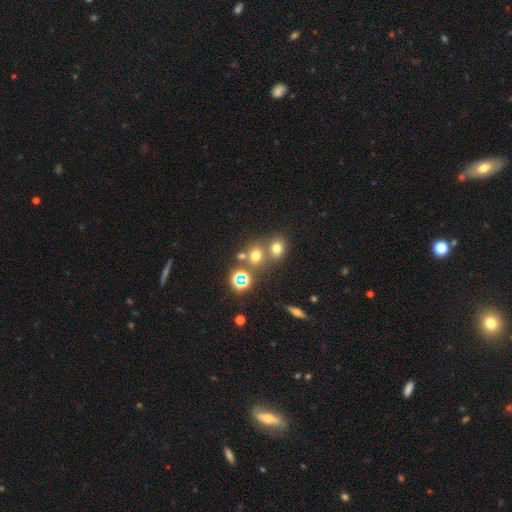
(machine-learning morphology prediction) Overall: smooth (62%; star or artifact 28%). How rounded: round (75%). Merging: none (53%; merger 35%).